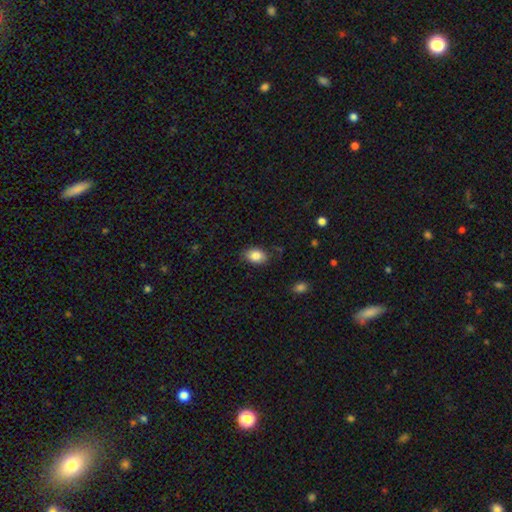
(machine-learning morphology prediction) A smooth galaxy with no disk features (85%) that is in between round and cigar-shaped (81%).

Vote fractions:
- Smooth or featured? smooth: 85% / star or artifact: 8% / featured or disk: 7%
- How rounded? in between: 81% / round: 17% / cigar-shaped: 1%
- Merging? none: 81% / minor disturbance: 14% / major disturbance: 3% / merger: 1%